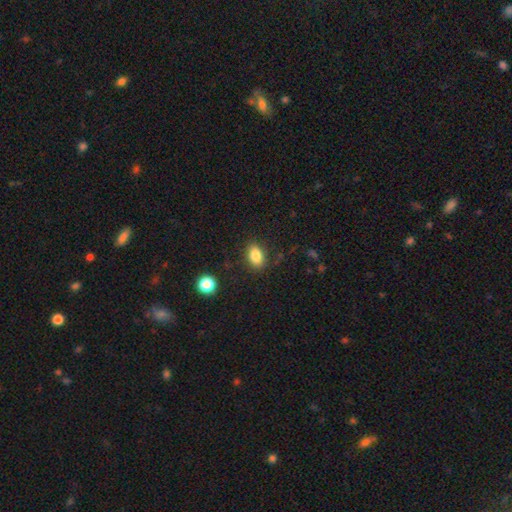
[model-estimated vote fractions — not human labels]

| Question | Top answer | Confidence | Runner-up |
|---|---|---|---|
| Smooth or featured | smooth | 84% | star or artifact (9%) |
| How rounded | in between | 82% | round (16%) |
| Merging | none | 84% | minor disturbance (11%) |